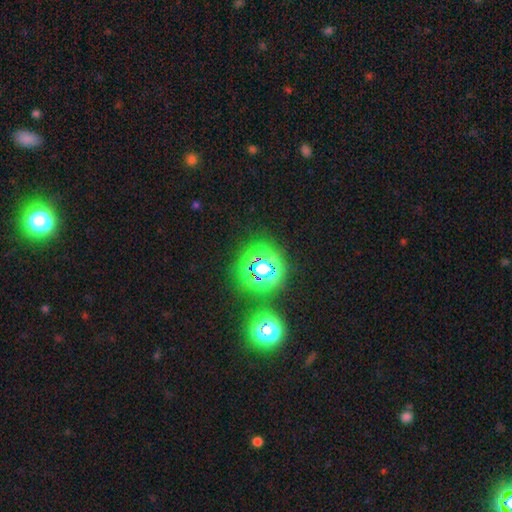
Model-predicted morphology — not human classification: star or artifact 75%, smooth 19%, featured or disk 6%.